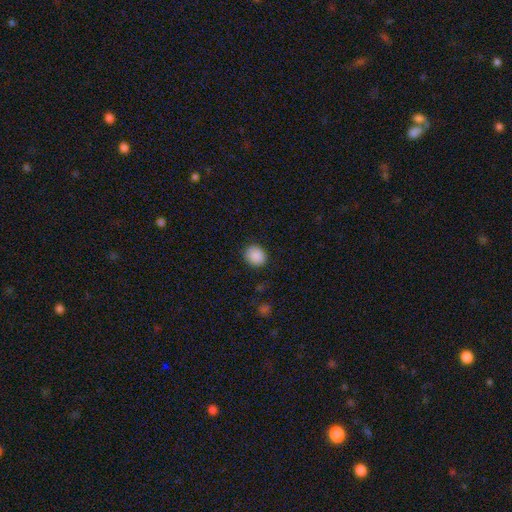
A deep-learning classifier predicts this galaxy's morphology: Q: Smooth or featured?
A: smooth (89%); runner-up: star or artifact (8%)
Q: How rounded?
A: round (75%); runner-up: in between (24%)
Q: Merging?
A: none (88%); runner-up: minor disturbance (9%)